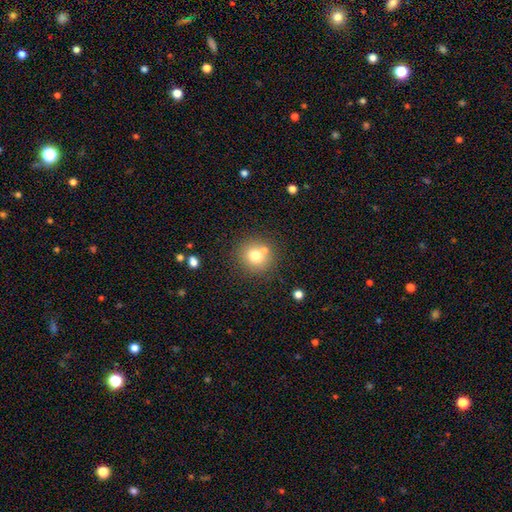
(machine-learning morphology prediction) type=smooth (74%); roundness=round (89%); merging=none (70%).